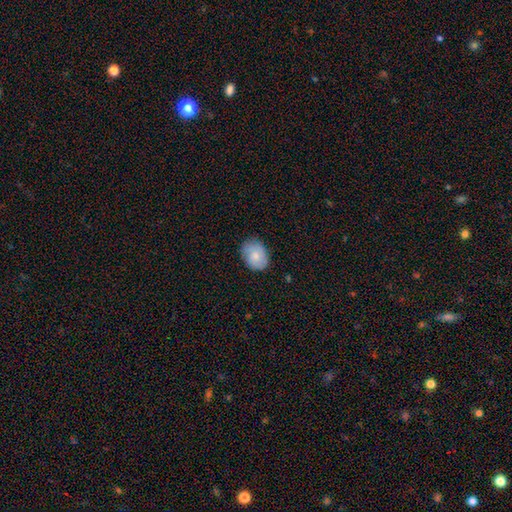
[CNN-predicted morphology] smooth_or_featured: smooth (p=0.77) [alt: featured or disk p=0.16]
how_rounded: in between (p=0.63) [alt: round p=0.36]
merging: none (p=0.77) [alt: minor disturbance p=0.19]